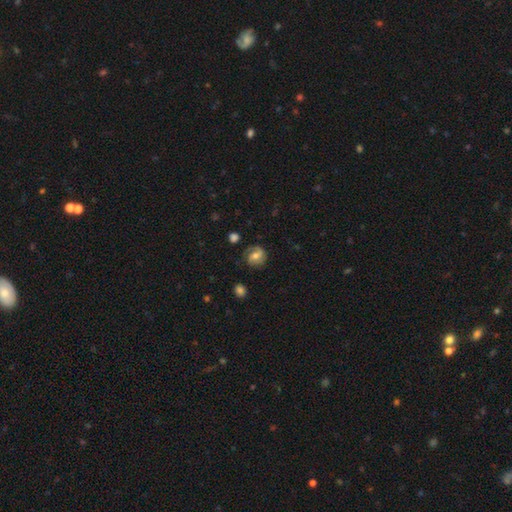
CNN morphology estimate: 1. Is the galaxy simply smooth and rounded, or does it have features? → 56% featured or disk, 35% smooth, 8% star or artifact.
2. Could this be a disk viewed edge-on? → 97% no, 3% yes.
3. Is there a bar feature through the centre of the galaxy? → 44% weak, 42% no, 14% strong.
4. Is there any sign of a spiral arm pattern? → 87% yes, 13% no.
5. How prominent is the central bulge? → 63% moderate, 27% small, 6% large, 3% none, 1% dominant.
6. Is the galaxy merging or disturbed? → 72% none, 18% minor disturbance, 8% major disturbance, 2% merger.